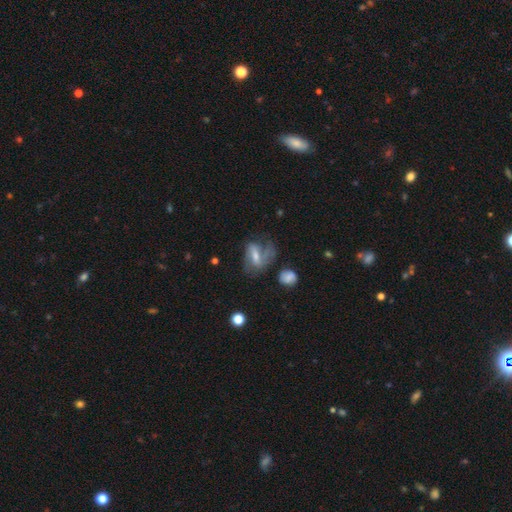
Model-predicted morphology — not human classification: featured or disk 56%, smooth 34%, star or artifact 10%. Down the decision tree: edge-on disk — no (94%); bar — weak (43%); spiral arms — yes (71%); bulge size — moderate (44%); merging — none (37%).